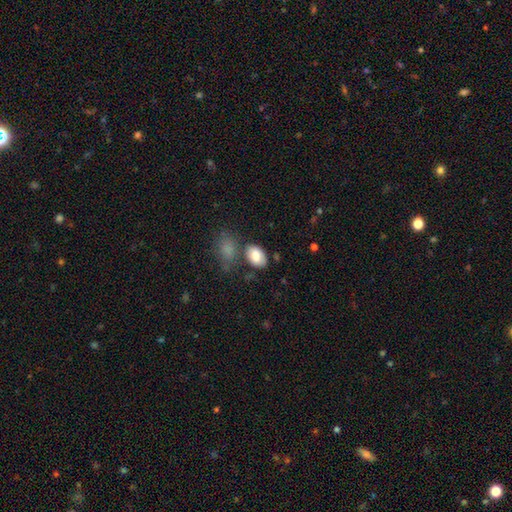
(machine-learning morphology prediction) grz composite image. It shows a smooth galaxy with no disk features (81%) that is in between round and cigar-shaped (89%). Merging: none (64%).